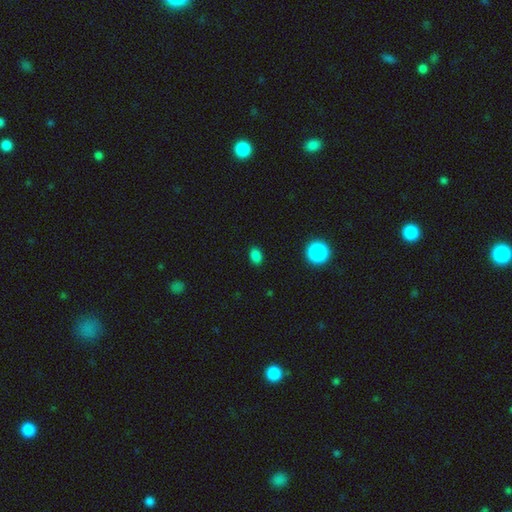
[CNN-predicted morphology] type=smooth (82%); roundness=in between (76%); merging=none (88%).